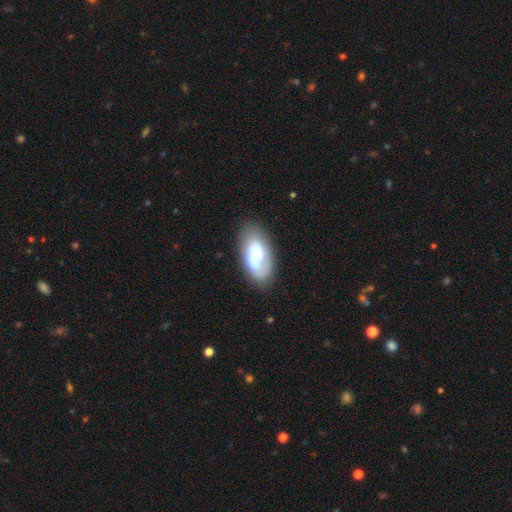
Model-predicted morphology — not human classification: Overall: smooth (53%; featured or disk 41%). How rounded: in between (93%). Merging: none (69%).